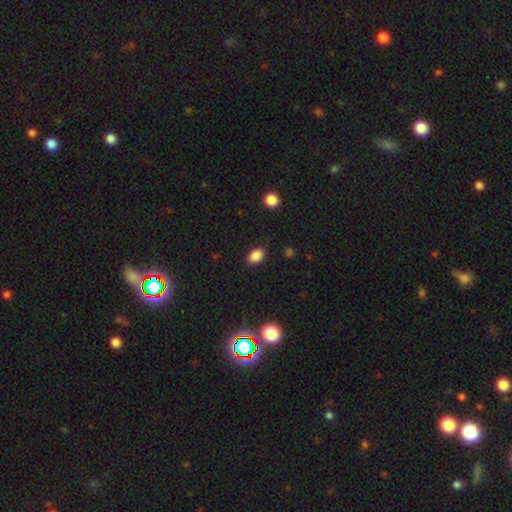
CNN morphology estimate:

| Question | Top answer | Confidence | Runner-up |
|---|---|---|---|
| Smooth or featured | smooth | 85% | star or artifact (11%) |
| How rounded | in between | 72% | round (27%) |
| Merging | none | 82% | minor disturbance (14%) |